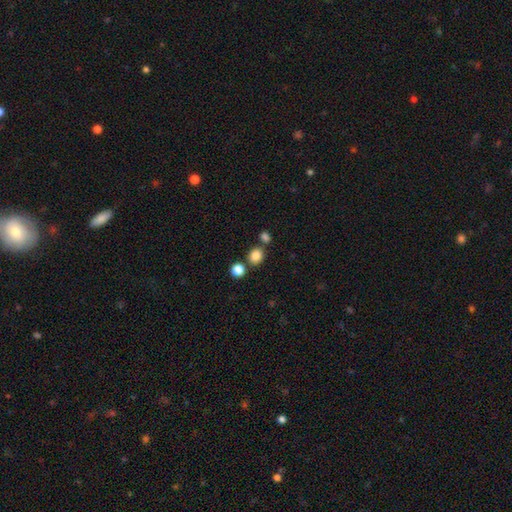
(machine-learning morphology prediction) Smooth or featured? smooth (84%)
How rounded? round (72%)
Merging? none (71%)